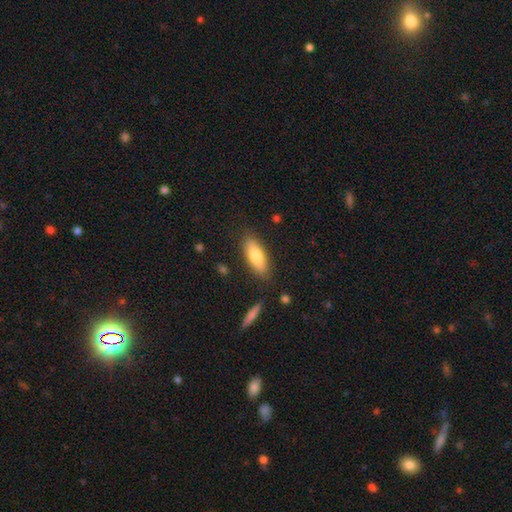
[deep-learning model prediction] This appears to be a smooth galaxy with no disk features (78%) that is in between round and cigar-shaped (66%). Merging: none (83%).